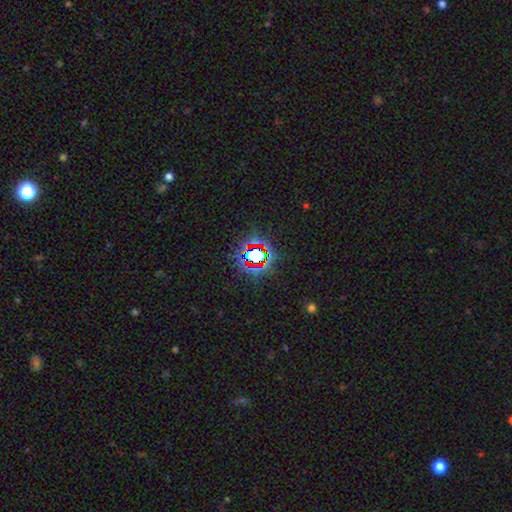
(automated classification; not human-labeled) A star or artifact, not a galaxy (76%).